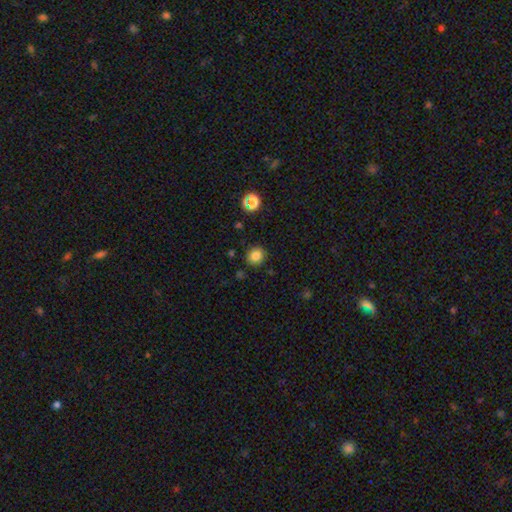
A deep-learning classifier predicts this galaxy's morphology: A smooth galaxy with no disk features (83%) that is round (84%). Merging: none (87%).